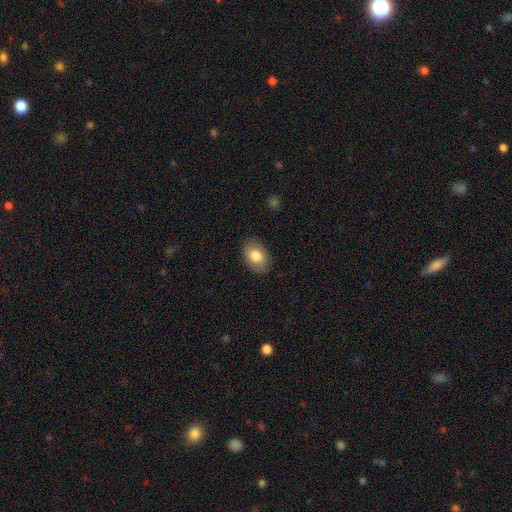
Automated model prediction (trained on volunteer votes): Overall: smooth (82%). How rounded: in between (83%). Merging: none (87%).